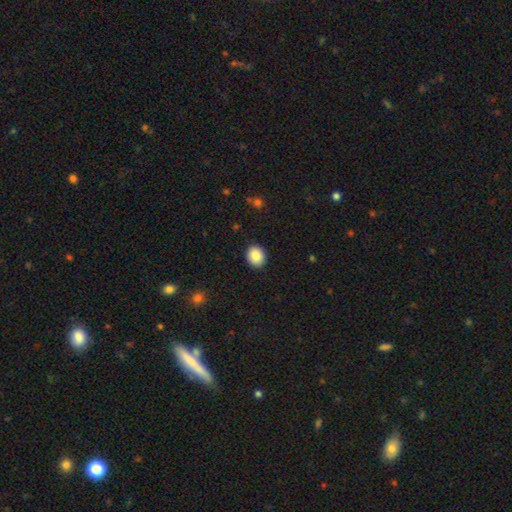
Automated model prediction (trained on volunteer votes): Smooth or featured? smooth (89%)
How rounded? round (63%)
Merging? none (91%)